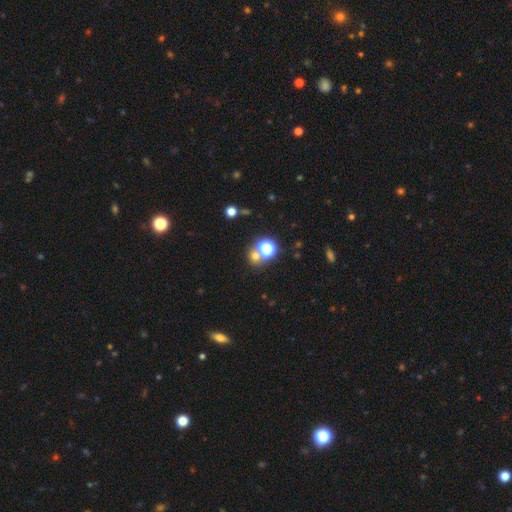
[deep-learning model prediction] A smooth galaxy with no disk features (57%) that is round (81%). Merging: none (62%).